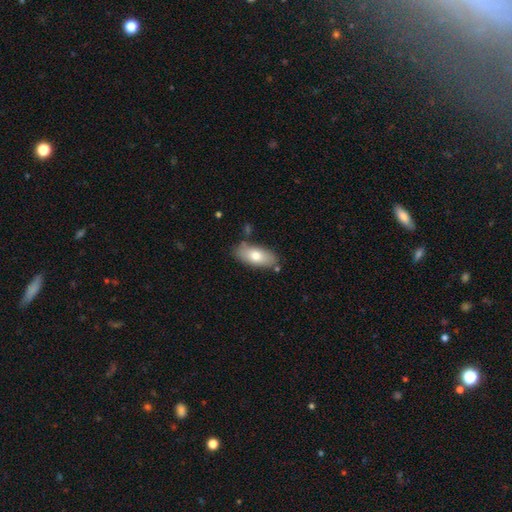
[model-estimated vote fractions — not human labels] A smooth galaxy with no disk features (75%) that is in between round and cigar-shaped (88%). Merging: none (78%).